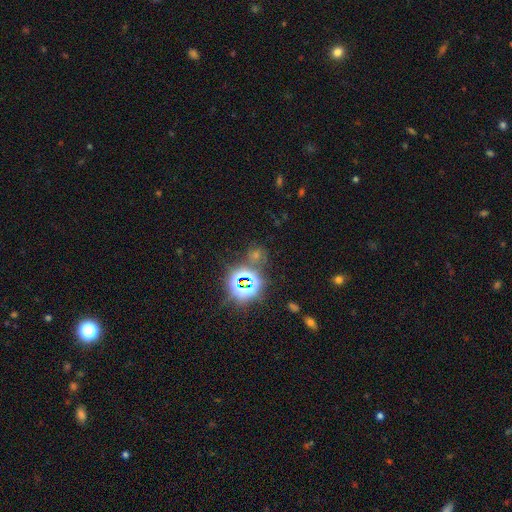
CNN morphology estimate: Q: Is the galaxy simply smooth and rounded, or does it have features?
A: star or artifact — 69%.